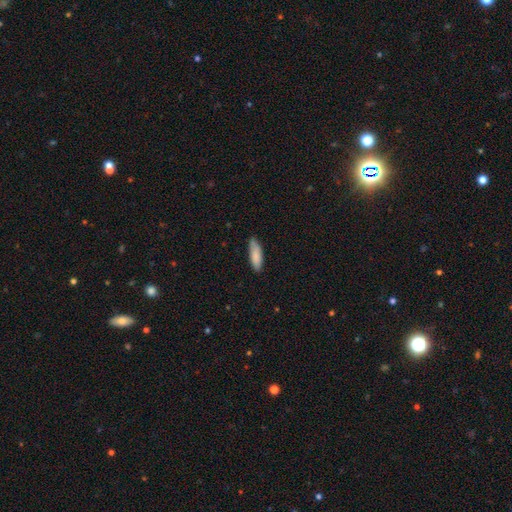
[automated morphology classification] Smooth or featured: smooth — 87% (featured or disk — 8%)
How rounded: in between — 55% (cigar-shaped — 43%)
Merging: none — 80% (minor disturbance — 17%)